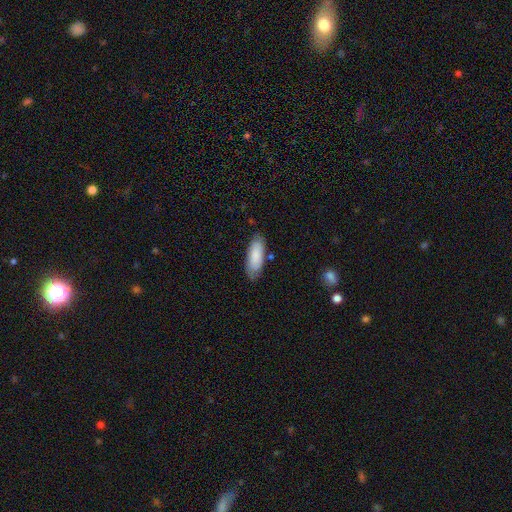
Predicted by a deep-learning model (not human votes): Q: Smooth or featured?
A: smooth (81%); runner-up: featured or disk (13%)
Q: How rounded?
A: in between (73%); runner-up: cigar-shaped (26%)
Q: Merging?
A: none (77%); runner-up: minor disturbance (17%)